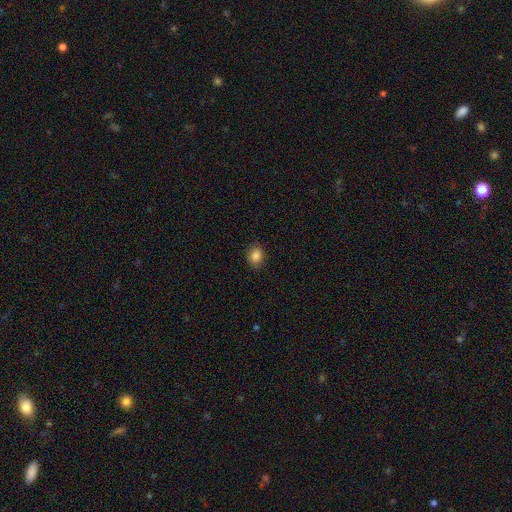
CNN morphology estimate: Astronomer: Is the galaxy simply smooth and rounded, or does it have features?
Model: smooth — 85%.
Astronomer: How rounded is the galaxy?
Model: in between — 52% (runner-up: round, 47%).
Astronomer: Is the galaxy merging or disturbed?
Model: none — 87%.